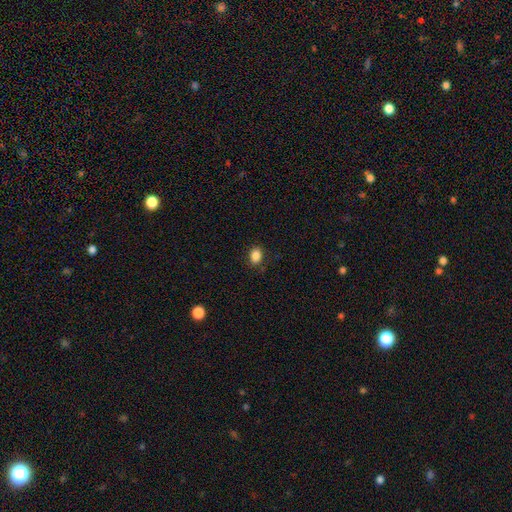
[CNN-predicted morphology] type=smooth (86%); roundness=in between (62%); merging=none (84%).